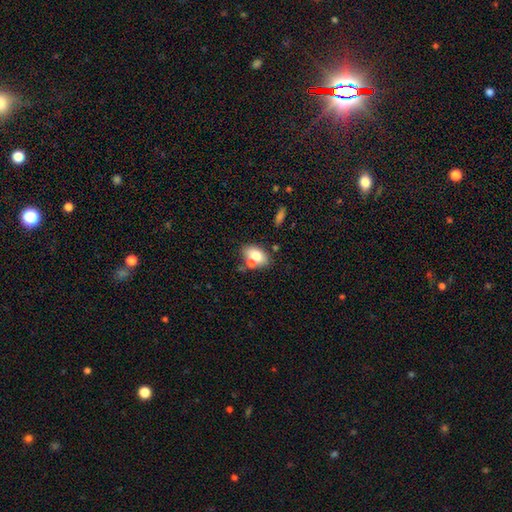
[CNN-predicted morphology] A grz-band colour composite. It shows a smooth galaxy with no disk features (72%) that is in between round and cigar-shaped (87%). Merging: none (52%).